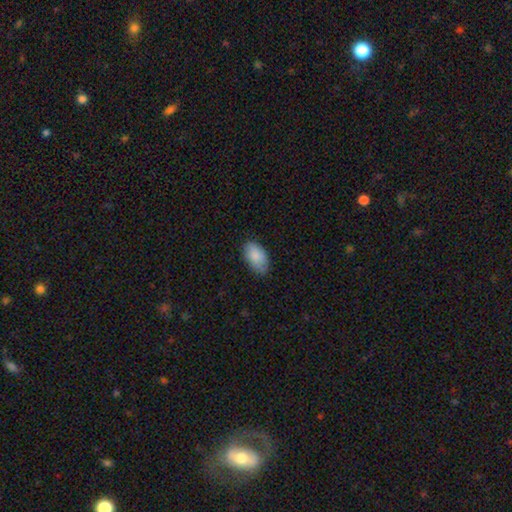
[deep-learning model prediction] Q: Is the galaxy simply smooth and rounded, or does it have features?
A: smooth — 85%.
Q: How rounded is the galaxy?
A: in between — 94%.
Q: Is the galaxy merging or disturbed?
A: none — 75%.